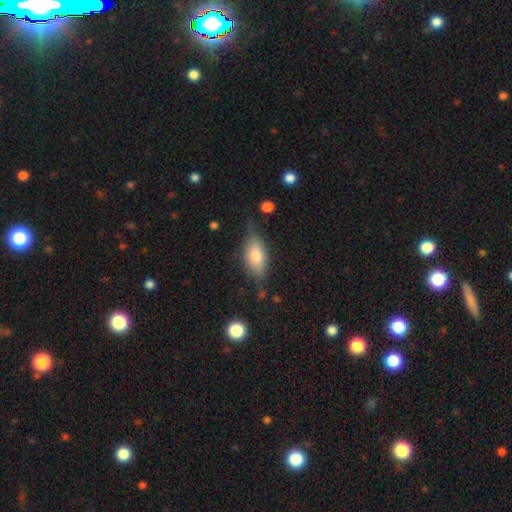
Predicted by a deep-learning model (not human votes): smooth 65%, featured or disk 27%, star or artifact 7%. Down the decision tree: how rounded — in between (81%); merging — none (65%).